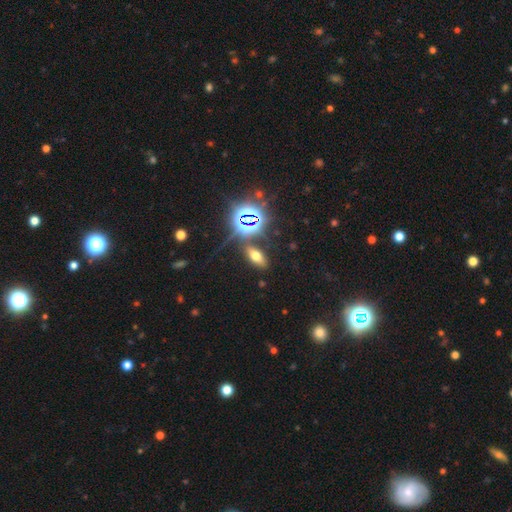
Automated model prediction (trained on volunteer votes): Smooth or featured? Predicted: smooth (p=0.48). Merging? Predicted: none (p=0.80).